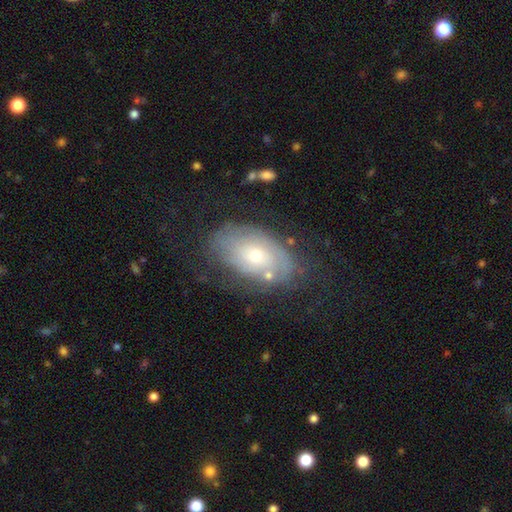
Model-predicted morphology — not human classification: The model was most divided on "smooth or featured": featured or disk: 53%, smooth: 38%, star or artifact: 9%. More confident: edge-on disk — no (92%); merging — none (64%).